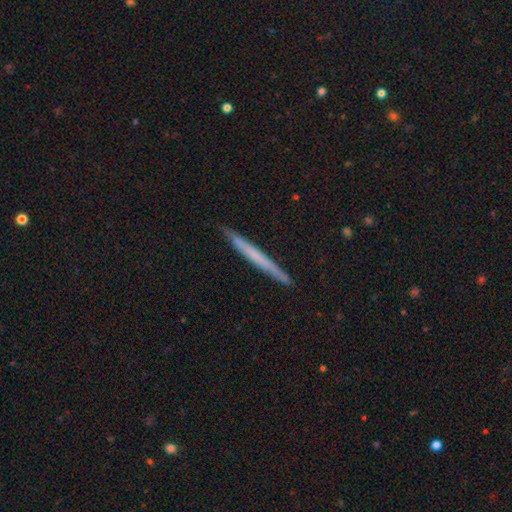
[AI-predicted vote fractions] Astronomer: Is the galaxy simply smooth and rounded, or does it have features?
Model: smooth — 48% (runner-up: featured or disk, 46%).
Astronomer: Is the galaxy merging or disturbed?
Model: none — 90%.